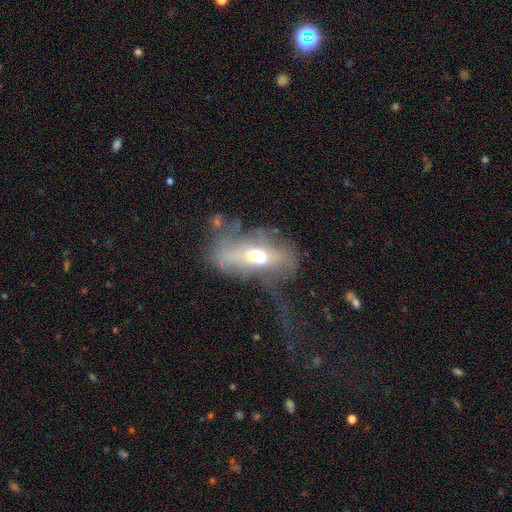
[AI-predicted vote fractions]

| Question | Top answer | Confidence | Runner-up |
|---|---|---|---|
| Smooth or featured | featured or disk | 51% | smooth (38%) |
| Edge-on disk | no | 81% | yes (19%) |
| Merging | major disturbance | 57% | none (18%) |